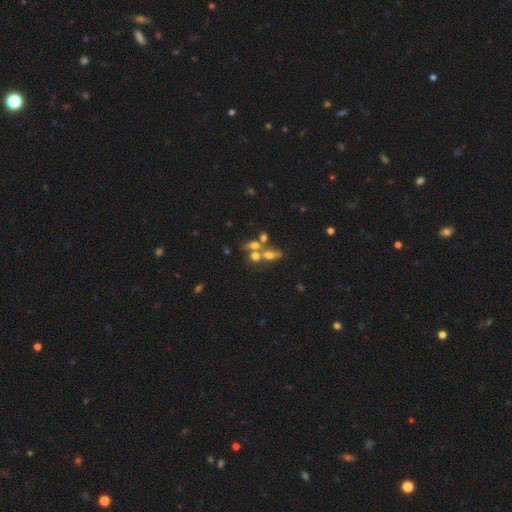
Smooth or featured?
  - smooth: 55% *
  - featured or disk: 37%
  - star or artifact: 8%
How rounded?
  - in between: 52% *
  - round: 48%
  - cigar-shaped: 0%
Merging?
  - merger: 66% *
  - none: 17%
  - minor disturbance: 11%
  - major disturbance: 6%